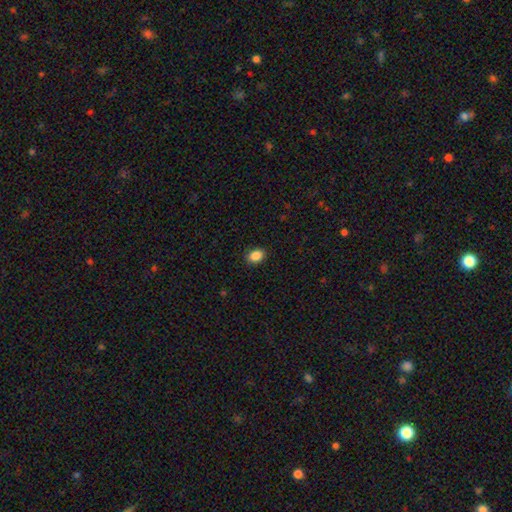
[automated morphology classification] The model was most divided on "how rounded": in between: 68%, round: 31%, cigar-shaped: 1%. More confident: merging — none (89%); smooth or featured — smooth (87%).